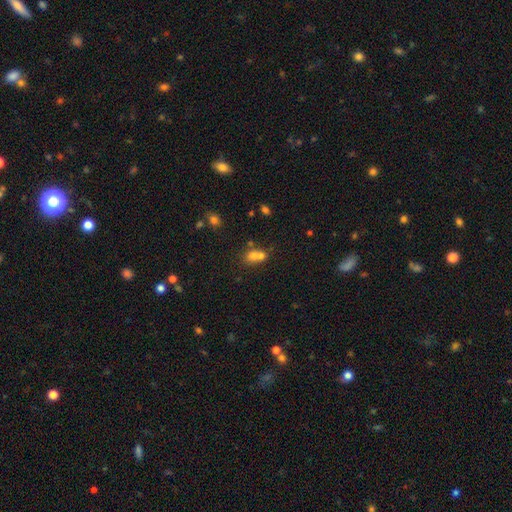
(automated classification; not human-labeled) Smooth or featured? Predicted: smooth (p=0.69). How rounded? Predicted: round (p=0.54). Merging? Predicted: merger (p=0.63).